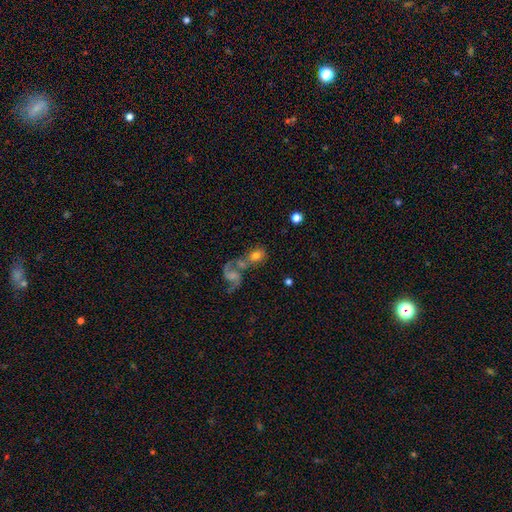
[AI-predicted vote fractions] This appears to be a smooth galaxy with no disk features (60%) that is in between round and cigar-shaped (57%). Merging: merger (49%).